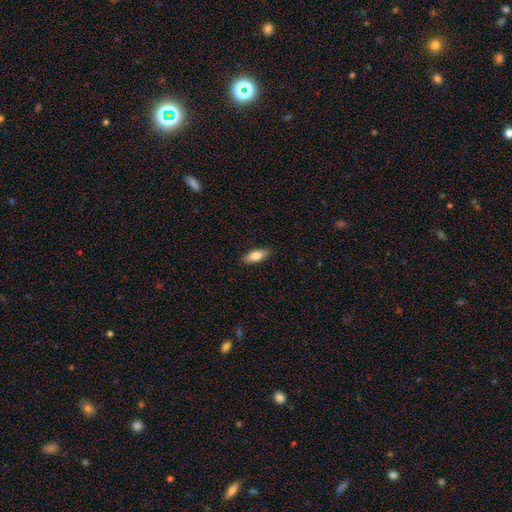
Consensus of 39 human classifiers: Volunteers were most divided on "smooth or featured": smooth: 74%, featured or disk: 21%, star or artifact: 5%. More confident: merging — none (86%); how rounded — in between (83%).